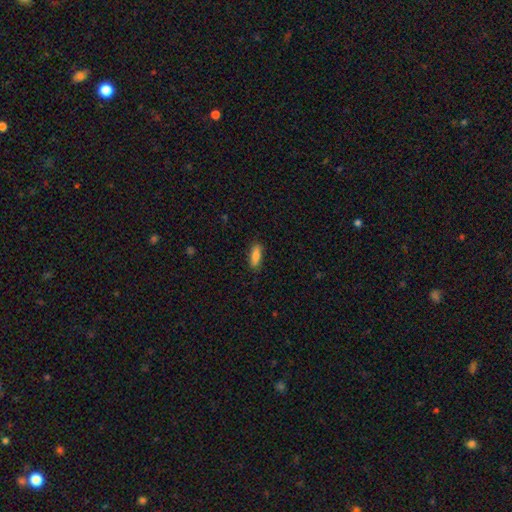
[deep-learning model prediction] Smooth or featured: smooth — 84% (featured or disk — 10%)
How rounded: in between — 62% (cigar-shaped — 36%)
Merging: none — 85% (minor disturbance — 12%)